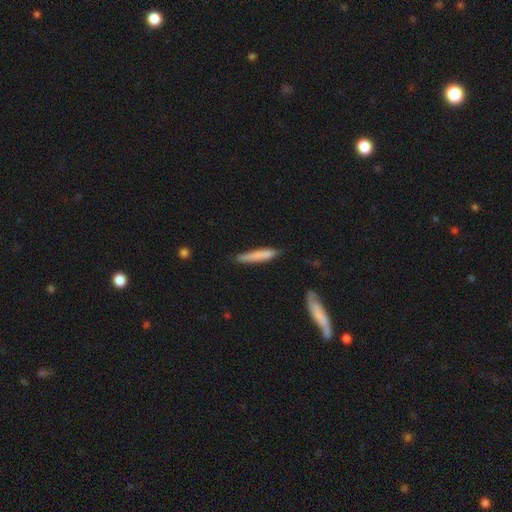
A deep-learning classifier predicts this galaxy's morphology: Smooth or featured? smooth (68%)
How rounded? cigar-shaped (93%)
Merging? none (76%)